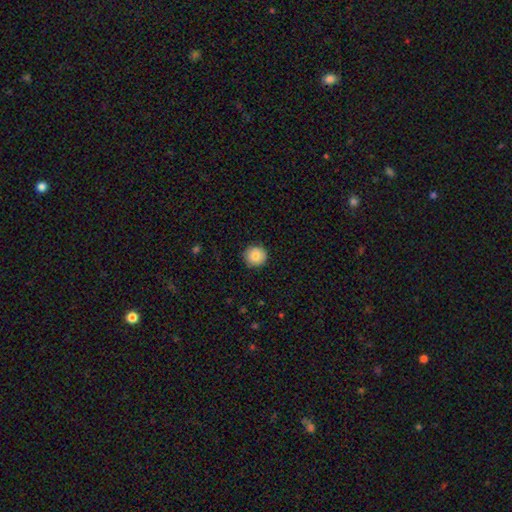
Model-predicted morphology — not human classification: This appears to be a smooth galaxy with no disk features (86%) that is round (93%). Merging: none (89%).